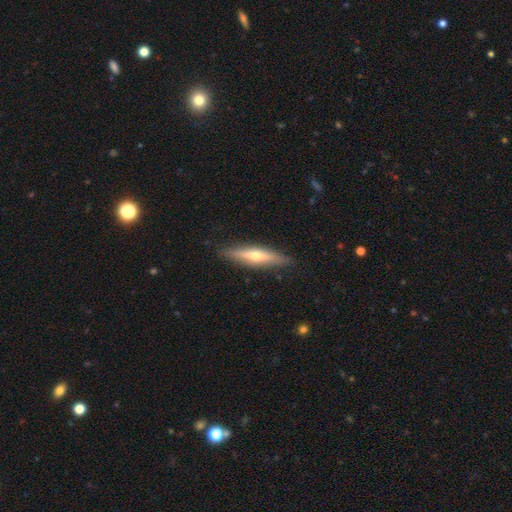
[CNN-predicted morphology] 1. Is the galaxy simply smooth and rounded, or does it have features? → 64% featured or disk, 30% smooth, 6% star or artifact.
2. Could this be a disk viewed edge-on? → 93% yes, 7% no.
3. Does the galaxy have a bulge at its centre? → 86% rounded, 11% none, 3% boxy.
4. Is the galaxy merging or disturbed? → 89% none, 9% minor disturbance, 2% major disturbance, 1% merger.